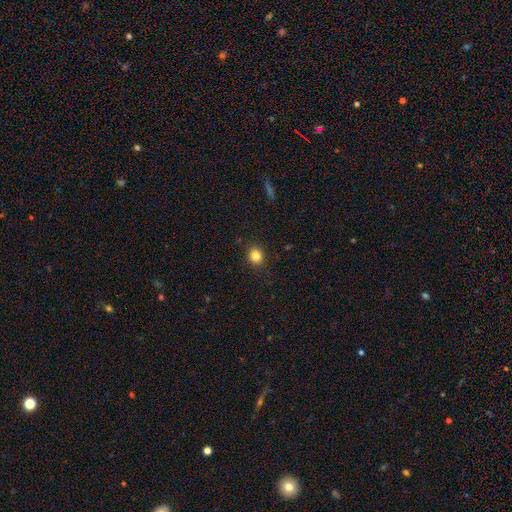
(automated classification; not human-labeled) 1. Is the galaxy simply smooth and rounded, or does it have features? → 82% smooth, 12% star or artifact, 6% featured or disk.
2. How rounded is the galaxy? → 81% round, 18% in between, 1% cigar-shaped.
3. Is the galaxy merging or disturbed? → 89% none, 8% minor disturbance, 2% major disturbance, 1% merger.